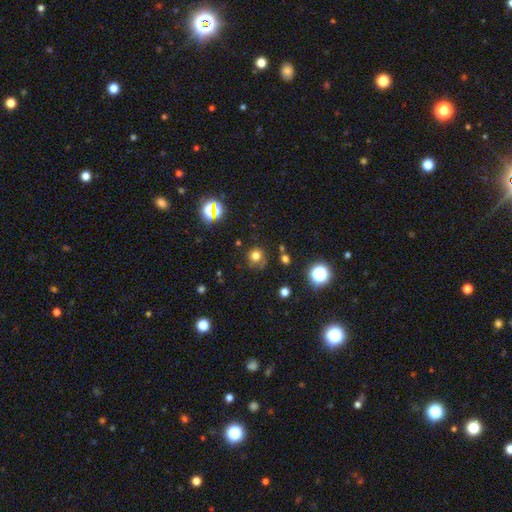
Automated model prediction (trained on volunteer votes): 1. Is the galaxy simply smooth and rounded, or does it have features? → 71% smooth, 19% star or artifact, 9% featured or disk.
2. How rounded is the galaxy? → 86% round, 13% in between, 1% cigar-shaped.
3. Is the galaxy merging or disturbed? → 68% none, 19% minor disturbance, 8% major disturbance, 5% merger.